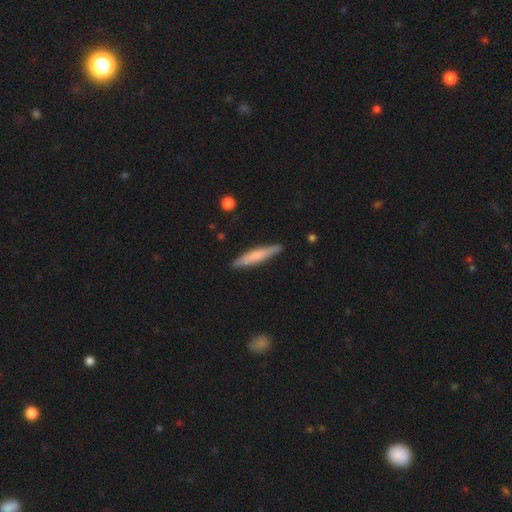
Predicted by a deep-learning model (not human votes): Overall: smooth (66%; featured or disk 29%). How rounded: cigar-shaped (91%). Merging: none (88%).